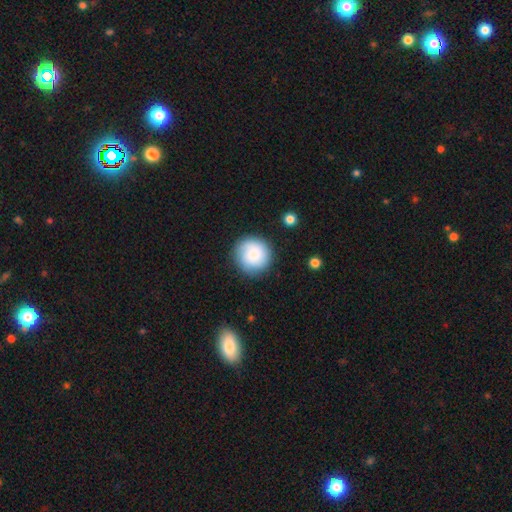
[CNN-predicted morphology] A smooth galaxy with no disk features (79%) that is round (94%).

Vote fractions:
- Smooth or featured? smooth: 79% / featured or disk: 14% / star or artifact: 7%
- How rounded? round: 94% / in between: 5% / cigar-shaped: 1%
- Merging? none: 84% / minor disturbance: 11% / major disturbance: 4% / merger: 2%